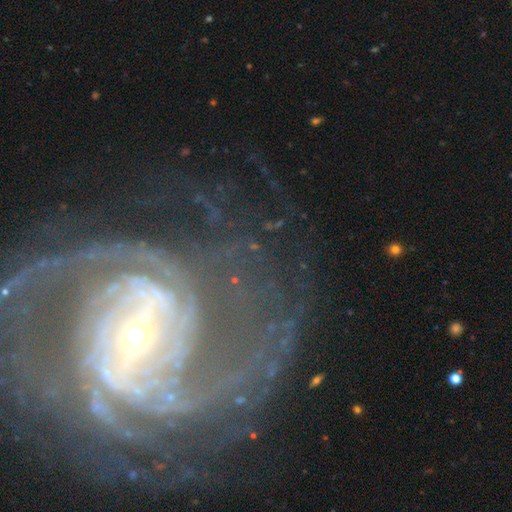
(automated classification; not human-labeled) This is clearly a featured or disk galaxy (90%). It is clearly not viewed edge-on (97%). Bar: possibly strong (50%). Spiral arm pattern: clearly yes (97%). Spiral arm count: marginally 2 (33%). Spiral winding: possibly tight (49%). Central bulge: likely small (77%). Merging: likely none (66%).